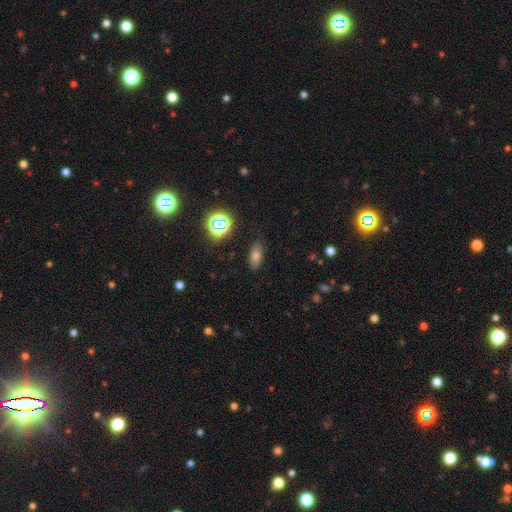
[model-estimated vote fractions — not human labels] Smooth or featured? Predicted: smooth (p=0.69). How rounded? Predicted: in between (p=0.83). Merging? Predicted: none (p=0.82).